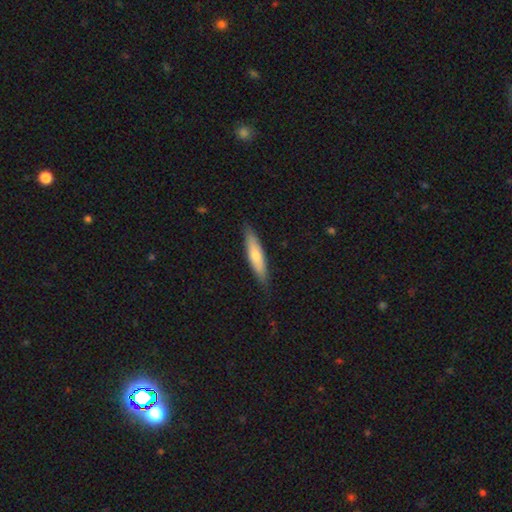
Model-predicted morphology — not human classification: type=smooth (66%); roundness=cigar-shaped (78%); merging=none (85%).